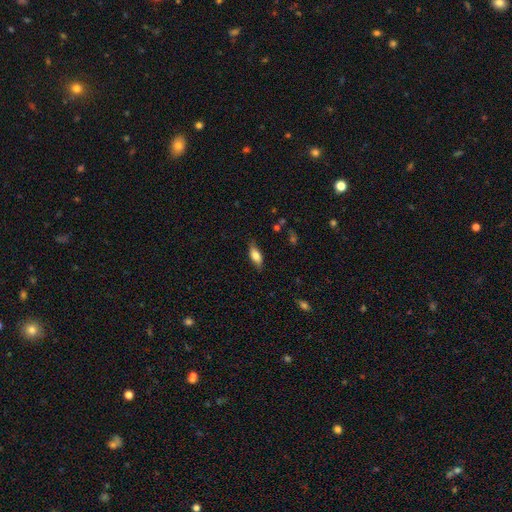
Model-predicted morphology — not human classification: Smooth or featured? Predicted: smooth (p=0.72). How rounded? Predicted: in between (p=0.73). Merging? Predicted: none (p=0.76).